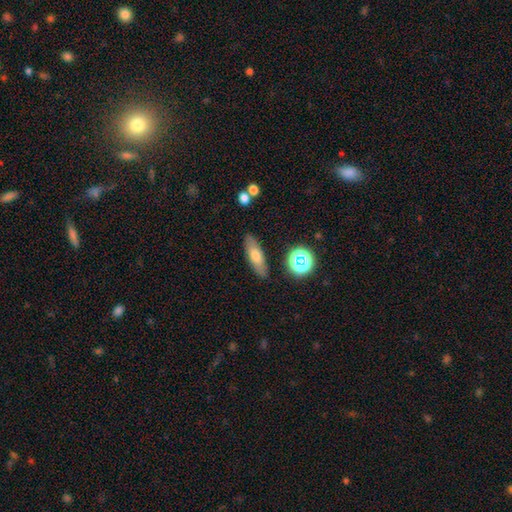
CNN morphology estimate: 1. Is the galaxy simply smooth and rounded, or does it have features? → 66% smooth, 24% featured or disk, 10% star or artifact.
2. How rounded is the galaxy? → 54% in between, 41% cigar-shaped, 5% round.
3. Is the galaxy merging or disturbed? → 85% none, 10% minor disturbance, 3% major disturbance, 2% merger.